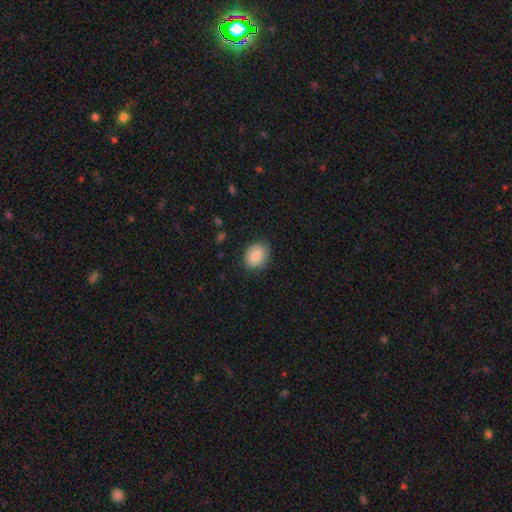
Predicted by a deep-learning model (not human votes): Smooth or featured: smooth — 85% (featured or disk — 8%)
How rounded: round — 54% (in between — 45%)
Merging: none — 84% (minor disturbance — 13%)